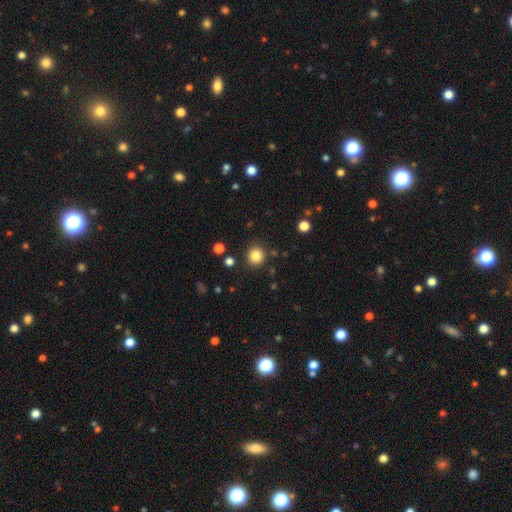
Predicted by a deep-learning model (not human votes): Smooth or featured? smooth (85%)
How rounded? round (90%)
Merging? none (87%)